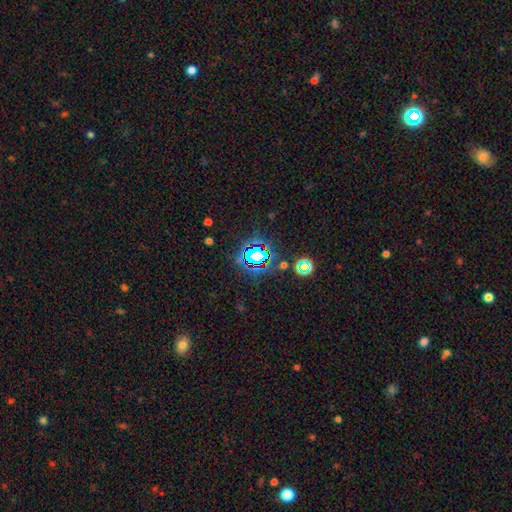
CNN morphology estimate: type=star or artifact (70%).